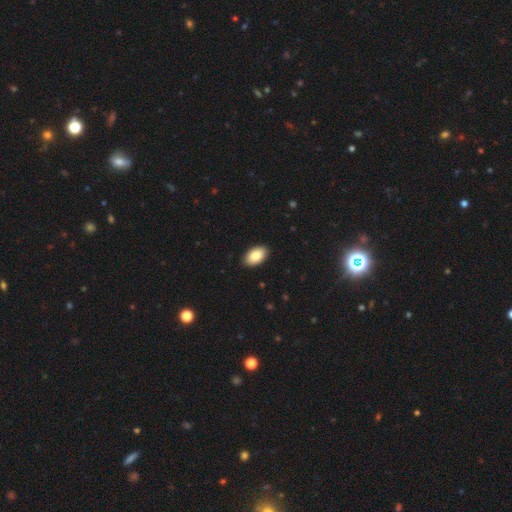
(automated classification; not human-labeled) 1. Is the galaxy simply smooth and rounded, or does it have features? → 85% smooth, 9% featured or disk, 7% star or artifact.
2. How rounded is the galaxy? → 95% in between, 4% round, 1% cigar-shaped.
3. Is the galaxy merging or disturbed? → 91% none, 7% minor disturbance, 2% major disturbance, 1% merger.